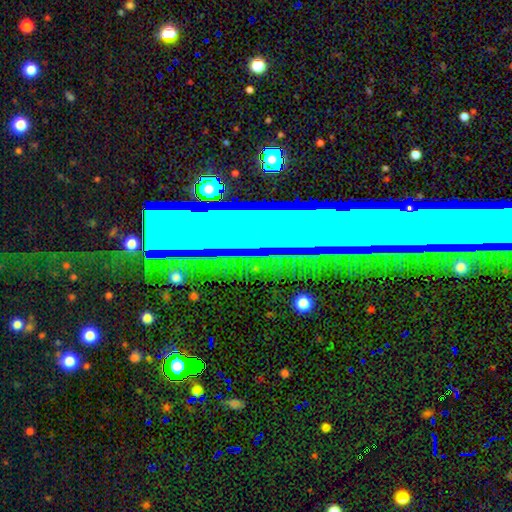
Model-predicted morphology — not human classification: This appears to be a star or artifact, not a galaxy (55%).